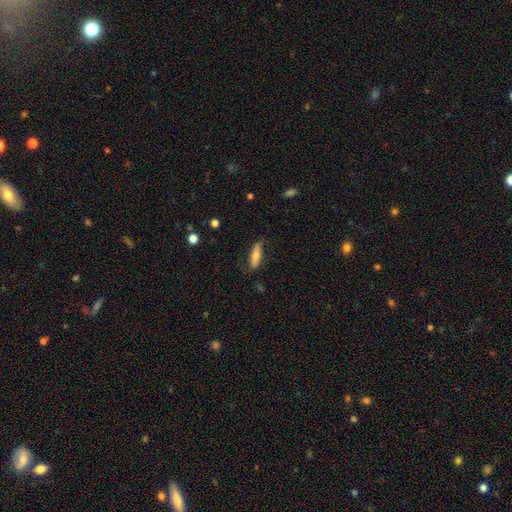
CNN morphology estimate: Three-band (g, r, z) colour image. It shows a smooth galaxy with no disk features (55%) that is cigar-shaped (58%). Merging: none (73%).